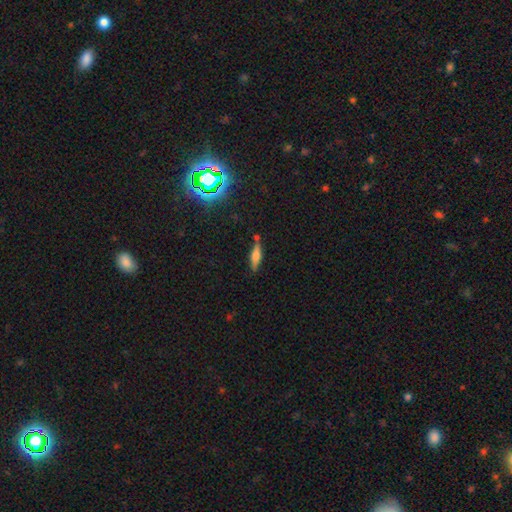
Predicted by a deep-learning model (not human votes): Morphology: type=smooth (46%); merging=none (77%).